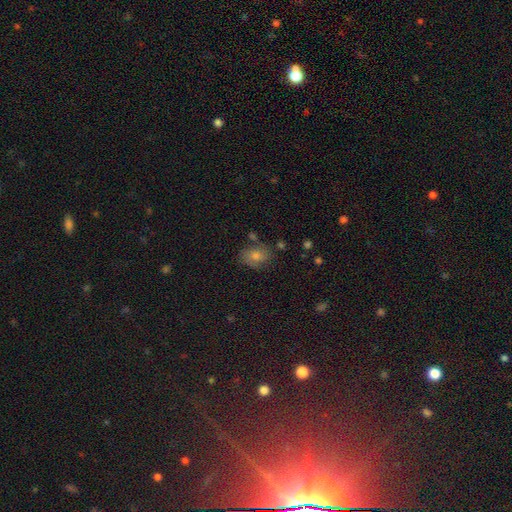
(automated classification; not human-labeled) Smooth or featured?
  - smooth: 47% *
  - featured or disk: 31%
  - star or artifact: 22%
Merging?
  - none: 74% *
  - minor disturbance: 17%
  - major disturbance: 6%
  - merger: 4%